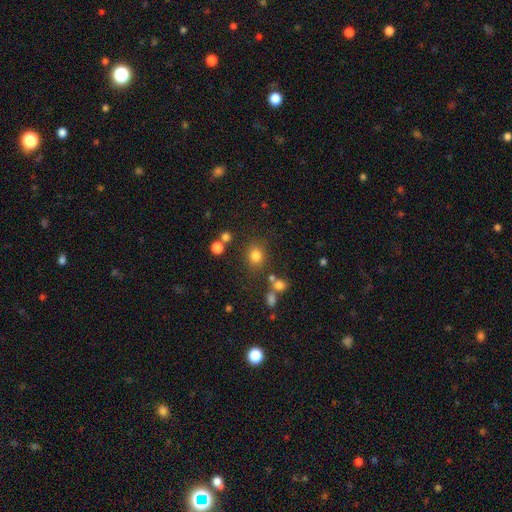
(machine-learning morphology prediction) smooth_or_featured: smooth (p=0.79) [alt: star or artifact p=0.15]
how_rounded: round (p=0.77) [alt: in between p=0.22]
merging: none (p=0.77) [alt: minor disturbance p=0.11]